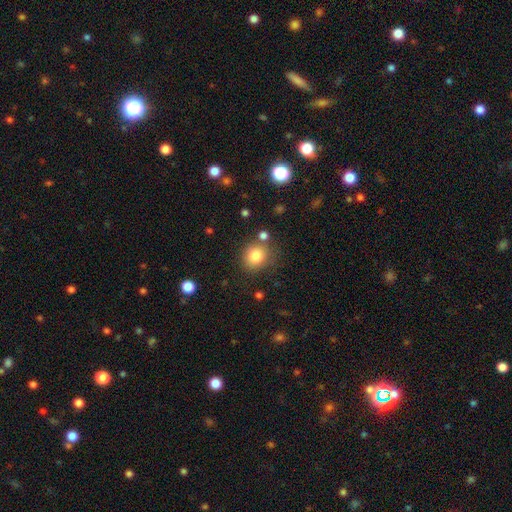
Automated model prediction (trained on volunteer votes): smooth_or_featured: smooth (p=0.81) [alt: star or artifact p=0.11]
how_rounded: round (p=0.76) [alt: in between p=0.24]
merging: none (p=0.74) [alt: minor disturbance p=0.13]